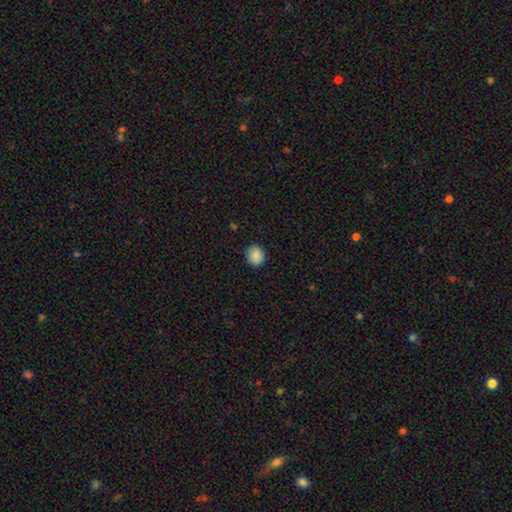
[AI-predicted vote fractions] Smooth or featured? smooth (88%)
How rounded? round (73%)
Merging? none (90%)